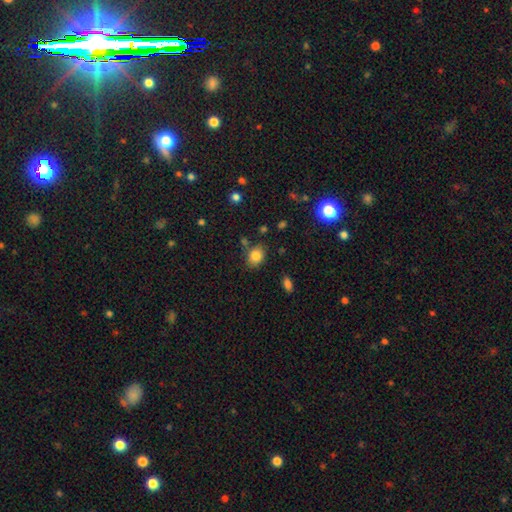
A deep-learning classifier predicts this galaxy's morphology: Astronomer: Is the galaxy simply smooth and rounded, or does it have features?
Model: smooth — 82%.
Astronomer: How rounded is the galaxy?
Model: in between — 54% (runner-up: round, 45%).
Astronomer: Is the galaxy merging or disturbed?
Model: none — 76%.